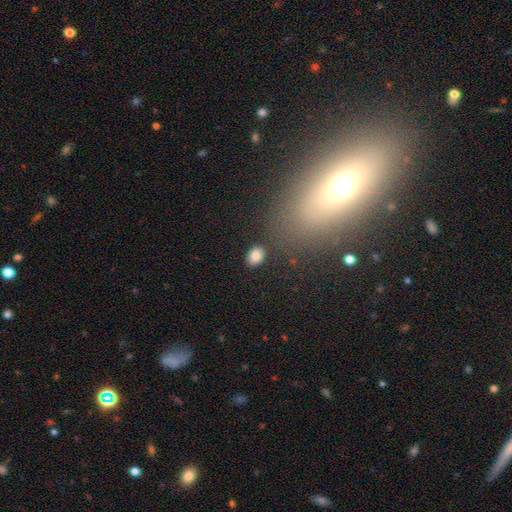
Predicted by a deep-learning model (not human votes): smooth 84%, star or artifact 9%, featured or disk 7%. Down the decision tree: how rounded — in between (75%); merging — none (83%).